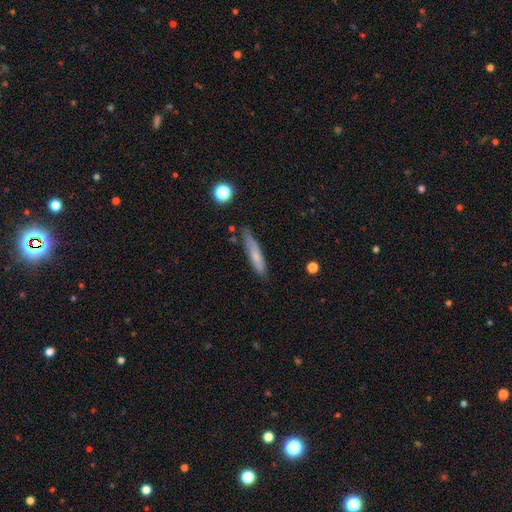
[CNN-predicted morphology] type=smooth (68%); roundness=cigar-shaped (87%); merging=none (72%).